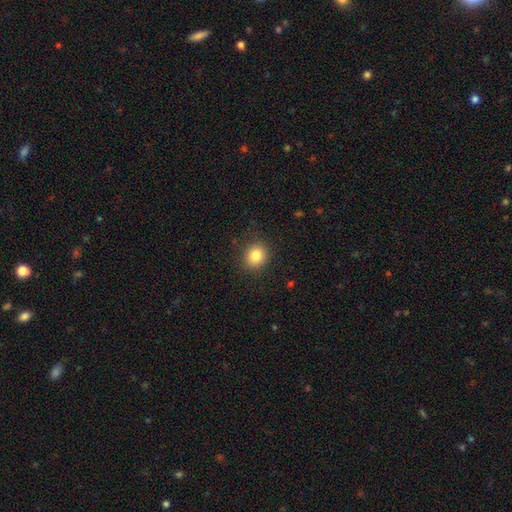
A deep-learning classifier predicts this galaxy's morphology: Smooth or featured: smooth — 83% (star or artifact — 11%)
How rounded: round — 81% (in between — 18%)
Merging: none — 88% (minor disturbance — 8%)